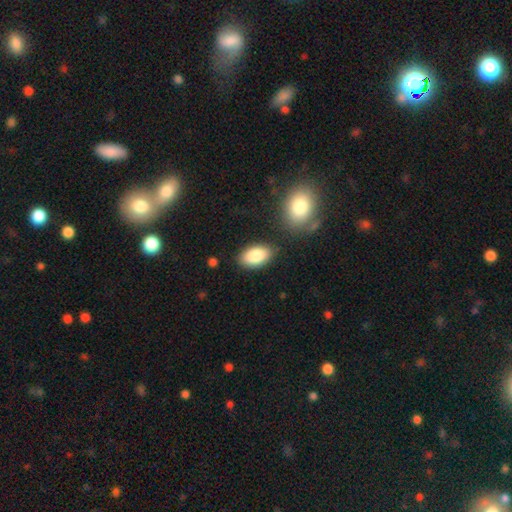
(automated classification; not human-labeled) Smooth or featured?
  - smooth: 86% *
  - featured or disk: 8%
  - star or artifact: 7%
How rounded?
  - in between: 94% *
  - round: 4%
  - cigar-shaped: 2%
Merging?
  - none: 83% *
  - minor disturbance: 10%
  - merger: 4%
  - major disturbance: 3%